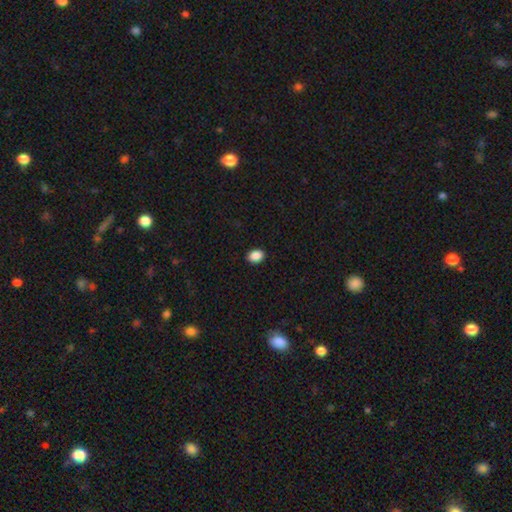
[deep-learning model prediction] This is clearly a smooth galaxy (89%). How rounded: likely in between (71%). Merging: clearly none (91%).